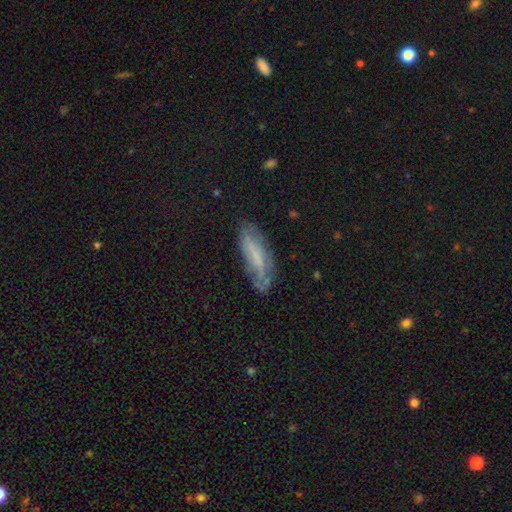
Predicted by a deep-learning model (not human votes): Morphology: type=smooth (51%); roundness=in between (54%); merging=none (58%).